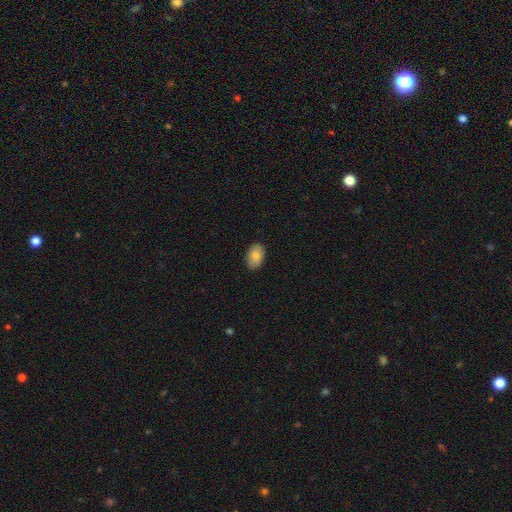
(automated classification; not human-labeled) Smooth or featured? smooth (85%)
How rounded? in between (89%)
Merging? none (88%)